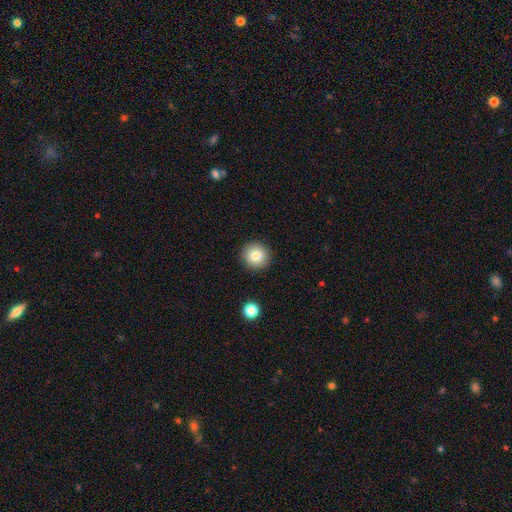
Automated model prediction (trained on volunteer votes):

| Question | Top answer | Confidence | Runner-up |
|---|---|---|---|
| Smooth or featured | smooth | 82% | star or artifact (10%) |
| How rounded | round | 93% | in between (6%) |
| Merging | none | 91% | minor disturbance (6%) |